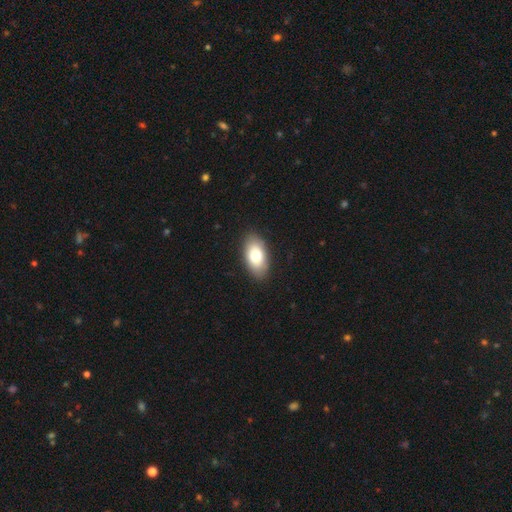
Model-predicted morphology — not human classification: This is likely a smooth galaxy (79%). How rounded: clearly in between (93%). Merging: clearly none (87%).